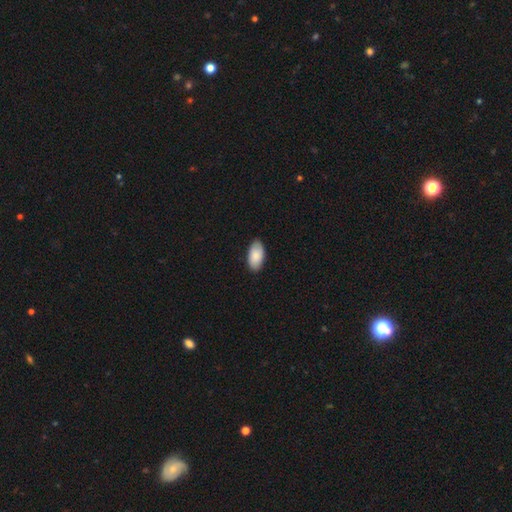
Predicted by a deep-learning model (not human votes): smooth 87%, featured or disk 8%, star or artifact 6%. Down the decision tree: how rounded — in between (95%); merging — none (87%).